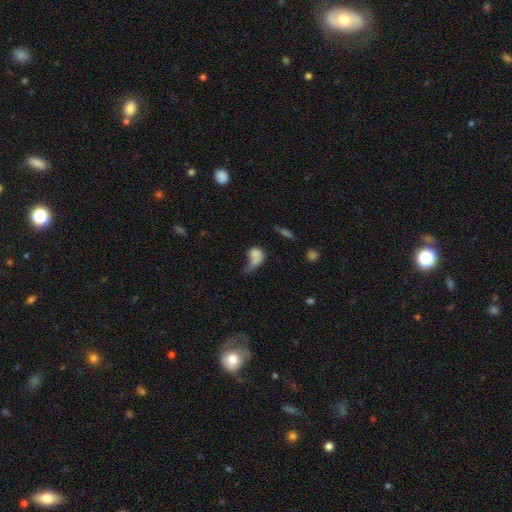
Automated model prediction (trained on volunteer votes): Smooth or featured: smooth — 66% (featured or disk — 23%)
How rounded: in between — 59% (round — 36%)
Merging: major disturbance — 36% (merger — 28%)